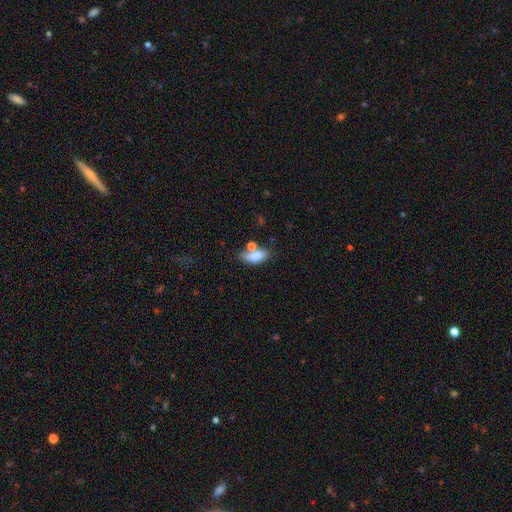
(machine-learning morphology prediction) Overall: smooth (77%). How rounded: in between (81%). Merging: none (43%; merger 28%).